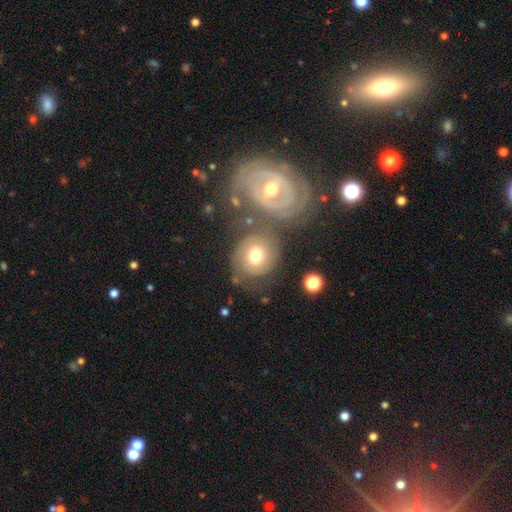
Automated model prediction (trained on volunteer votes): Smooth or featured? featured or disk (55%)
Edge-on disk? no (96%)
Bar? no (70%)
Spiral arms? yes (84%)
Bulge size? moderate (70%)
Merging? none (50%)